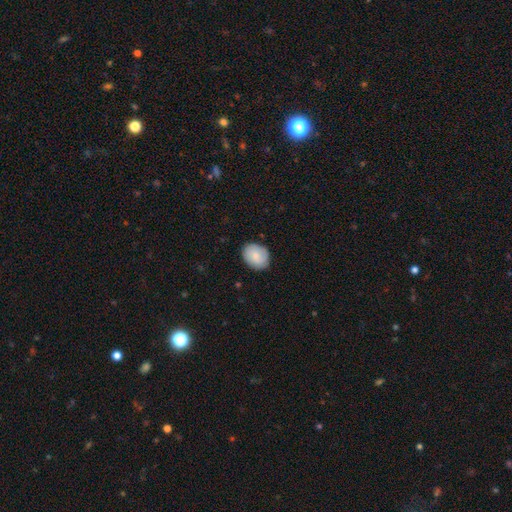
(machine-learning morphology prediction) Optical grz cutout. It shows a smooth galaxy with no disk features (83%) that is in between round and cigar-shaped (59%). Merging: none (84%).